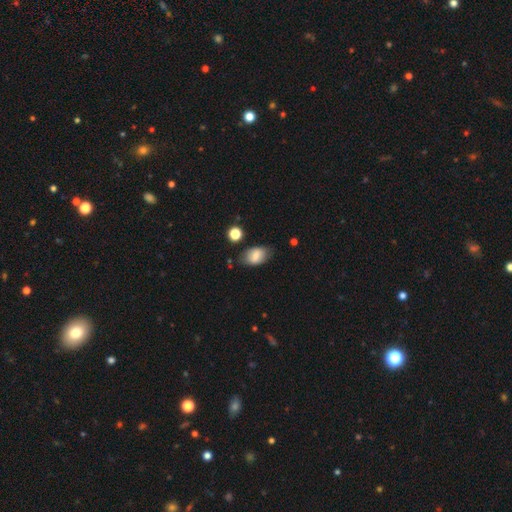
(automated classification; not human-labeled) Smooth or featured? smooth (71%)
How rounded? in between (88%)
Merging? none (70%)